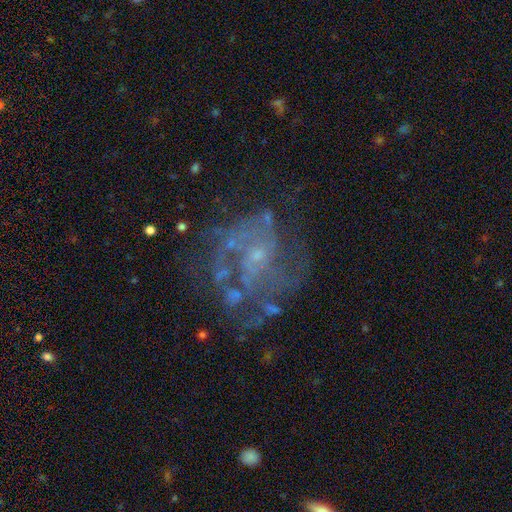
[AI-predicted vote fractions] Q: Smooth or featured?
A: featured or disk (78%); runner-up: star or artifact (12%)
Q: Edge-on disk?
A: no (98%); runner-up: yes (2%)
Q: Bar?
A: no (71%); runner-up: weak (24%)
Q: Spiral arms?
A: yes (71%); runner-up: no (29%)
Q: Spiral winding?
A: medium (44%); runner-up: tight (32%)
Q: Spiral arm count?
A: can't tell (37%); runner-up: 2 (26%)
Q: Bulge size?
A: small (68%); runner-up: none (16%)
Q: Merging?
A: none (54%); runner-up: major disturbance (23%)